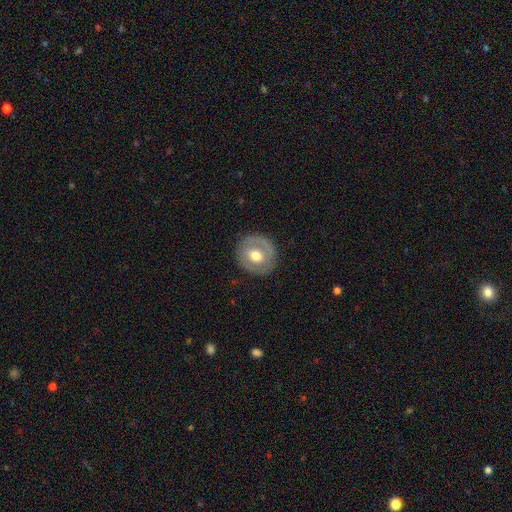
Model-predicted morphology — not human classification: The model was most divided on "smooth or featured" (2-way tie): featured or disk: 47%, smooth: 47%, star or artifact: 6%. More confident: merging — none (84%).